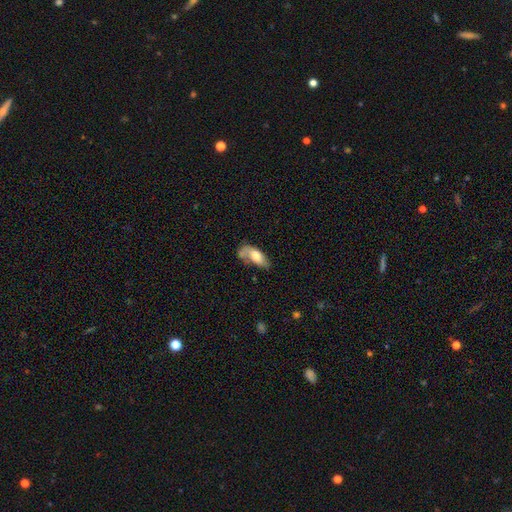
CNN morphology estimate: A smooth galaxy with no disk features (64%) that is in between round and cigar-shaped (86%).

Vote fractions:
- Smooth or featured? smooth: 64% / featured or disk: 29% / star or artifact: 7%
- How rounded? in between: 86% / cigar-shaped: 10% / round: 3%
- Merging? none: 31% / minor disturbance: 26% / major disturbance: 22% / merger: 21%